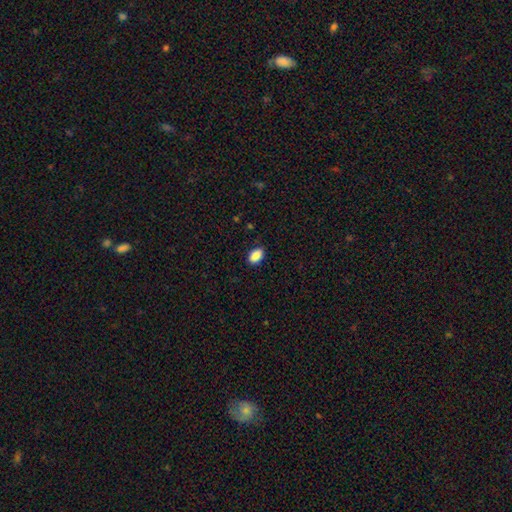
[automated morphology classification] Q: Smooth or featured?
A: smooth (89%); runner-up: star or artifact (8%)
Q: How rounded?
A: in between (91%); runner-up: round (8%)
Q: Merging?
A: none (86%); runner-up: minor disturbance (11%)